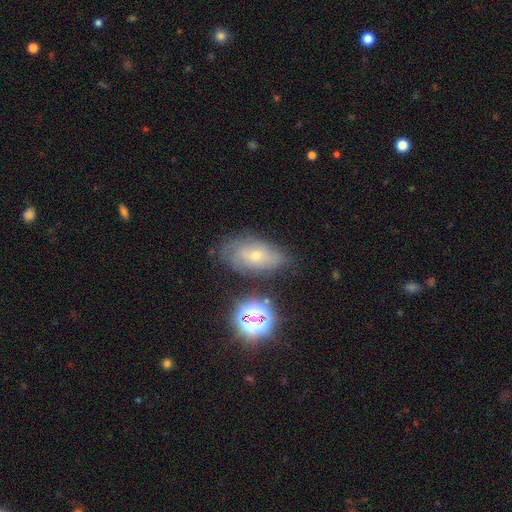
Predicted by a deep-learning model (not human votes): Smooth or featured: featured or disk — 48% (smooth — 36%)
Merging: none — 63% (minor disturbance — 24%)